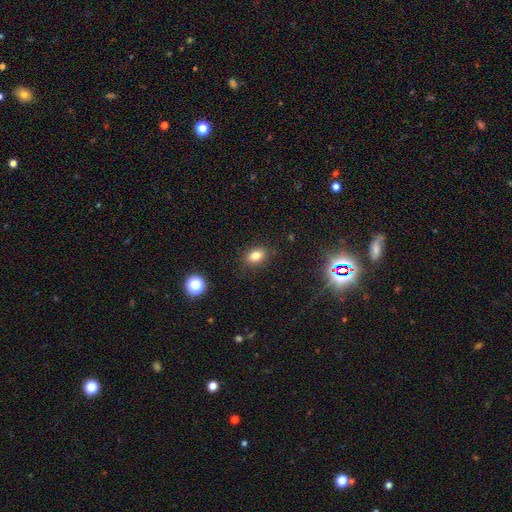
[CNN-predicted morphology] A smooth galaxy with no disk features (81%) that is in between round and cigar-shaped (76%).

Vote fractions:
- Smooth or featured? smooth: 81% / star or artifact: 12% / featured or disk: 7%
- How rounded? in between: 76% / round: 22% / cigar-shaped: 2%
- Merging? none: 86% / minor disturbance: 10% / major disturbance: 3% / merger: 1%